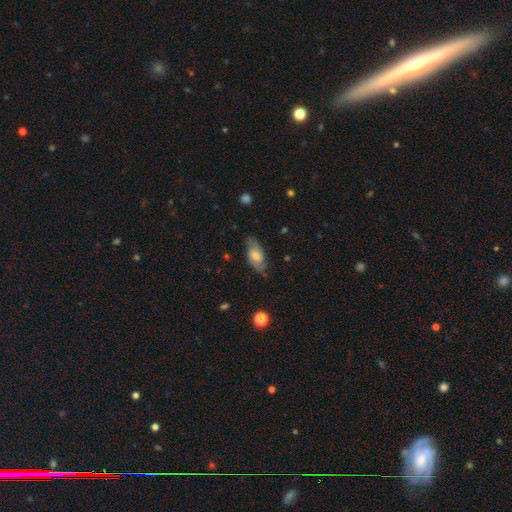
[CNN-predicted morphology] Smooth or featured?
  - featured or disk: 52% *
  - smooth: 41%
  - star or artifact: 8%
Edge-on disk?
  - no: 88% *
  - yes: 12%
Merging?
  - none: 70% *
  - minor disturbance: 21%
  - major disturbance: 7%
  - merger: 1%